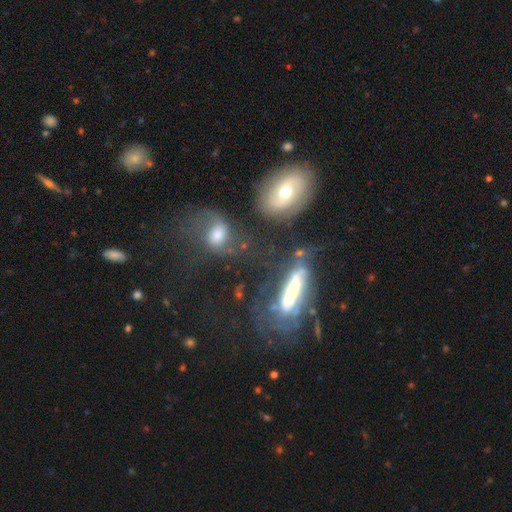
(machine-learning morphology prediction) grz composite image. It shows a featured or disk galaxy (49%). Merging: none (49%).